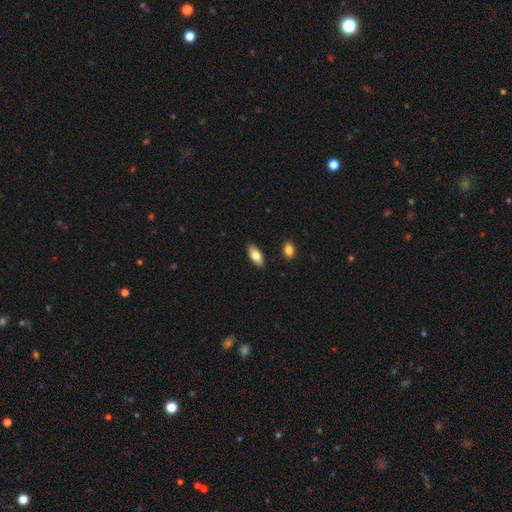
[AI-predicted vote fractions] Smooth or featured? smooth (78%)
How rounded? in between (84%)
Merging? none (88%)